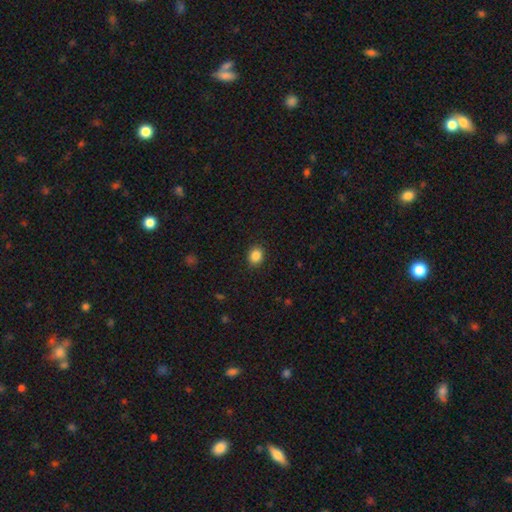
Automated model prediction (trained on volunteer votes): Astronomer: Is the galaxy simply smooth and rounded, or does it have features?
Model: smooth — 86%.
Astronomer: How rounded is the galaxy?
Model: round — 63%.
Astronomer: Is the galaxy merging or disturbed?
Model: none — 90%.